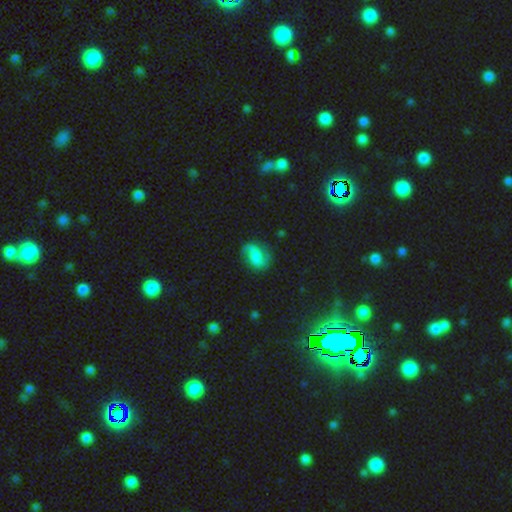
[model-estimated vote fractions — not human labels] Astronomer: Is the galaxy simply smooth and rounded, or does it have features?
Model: featured or disk — 56% (runner-up: smooth, 33%).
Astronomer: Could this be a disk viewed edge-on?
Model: no — 97%.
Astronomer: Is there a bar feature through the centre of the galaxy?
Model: no — 47% (runner-up: weak, 39%).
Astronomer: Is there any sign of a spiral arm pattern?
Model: yes — 91%.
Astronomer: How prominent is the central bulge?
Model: none — 50%.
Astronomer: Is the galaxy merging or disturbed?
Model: none — 66%.